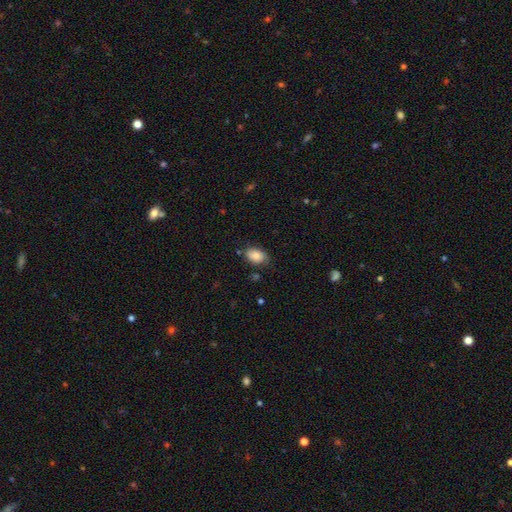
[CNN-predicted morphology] Overall: smooth (82%). How rounded: in between (88%). Merging: none (69%).